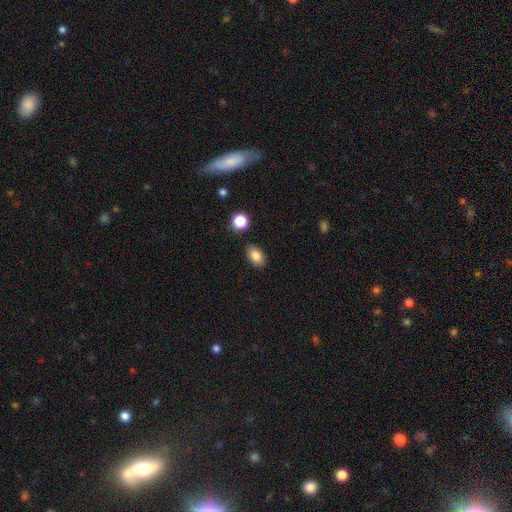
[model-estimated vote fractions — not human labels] smooth-or-featured: smooth: 84% | star or artifact: 9% | featured or disk: 8%
  how-rounded: in between: 87% | round: 12% | cigar-shaped: 1%
  merging: none: 86% | minor disturbance: 9% | merger: 3% | major disturbance: 2%